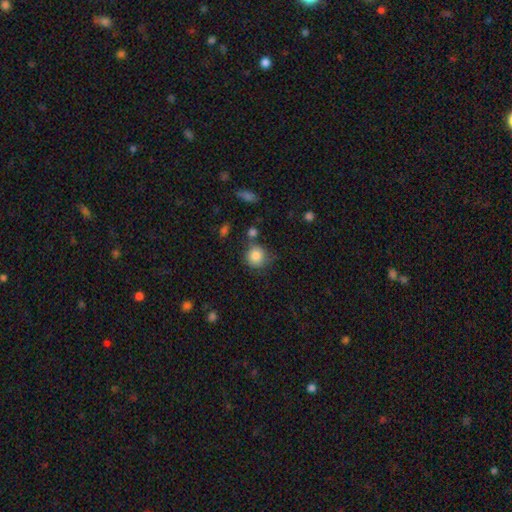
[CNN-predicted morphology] Q: Smooth or featured?
A: smooth (84%); runner-up: star or artifact (9%)
Q: How rounded?
A: round (90%); runner-up: in between (9%)
Q: Merging?
A: none (71%); runner-up: minor disturbance (17%)